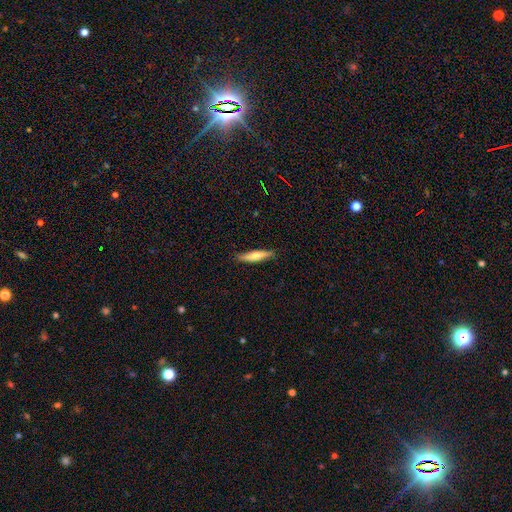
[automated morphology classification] smooth 61%, featured or disk 33%, star or artifact 6%. Down the decision tree: how rounded — cigar-shaped (84%); merging — none (86%).